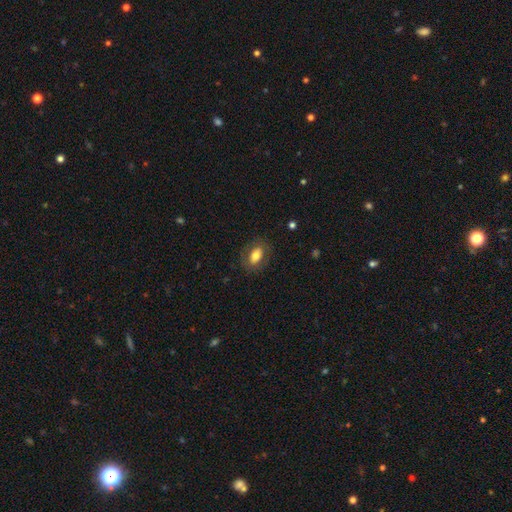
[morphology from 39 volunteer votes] This appears to be a smooth galaxy with no disk features (56%) that is in between round and cigar-shaped (86%). Merging: none (77%).